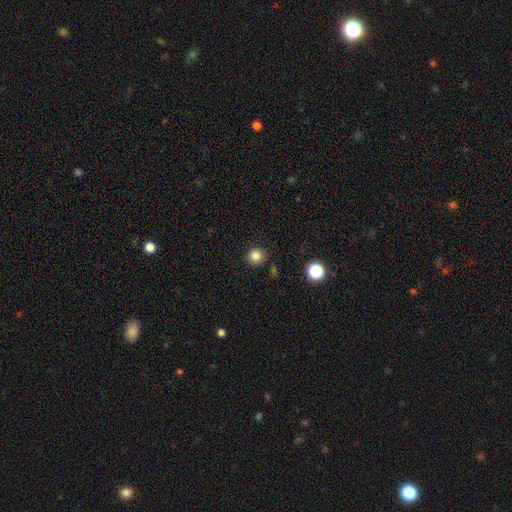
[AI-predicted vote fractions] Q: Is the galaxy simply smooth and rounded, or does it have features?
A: smooth — 82%.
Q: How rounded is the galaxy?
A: round — 90%.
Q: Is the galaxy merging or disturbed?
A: none — 87%.